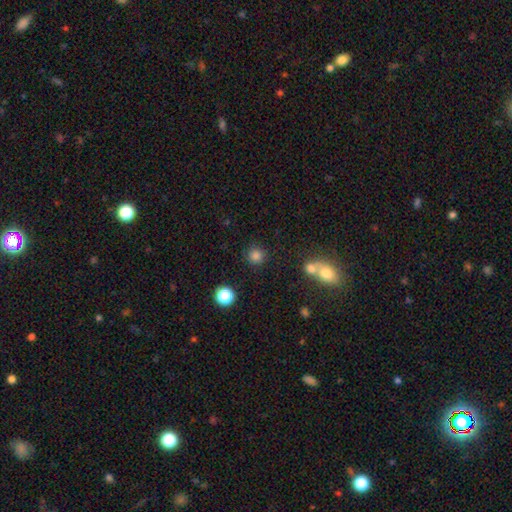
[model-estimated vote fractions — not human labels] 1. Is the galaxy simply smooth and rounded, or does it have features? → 82% smooth, 14% star or artifact, 4% featured or disk.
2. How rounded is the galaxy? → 93% round, 6% in between, 1% cigar-shaped.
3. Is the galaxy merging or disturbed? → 83% none, 7% minor disturbance, 6% merger, 3% major disturbance.